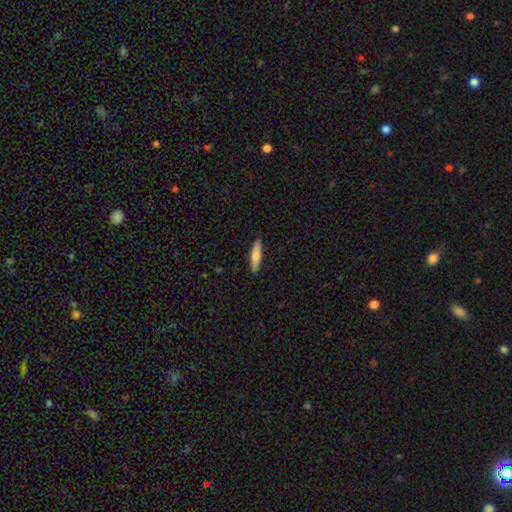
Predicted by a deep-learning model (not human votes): Smooth or featured?
  - smooth: 70% *
  - featured or disk: 25%
  - star or artifact: 5%
How rounded?
  - cigar-shaped: 78% *
  - in between: 21%
  - round: 2%
Merging?
  - none: 90% *
  - minor disturbance: 8%
  - major disturbance: 2%
  - merger: 1%